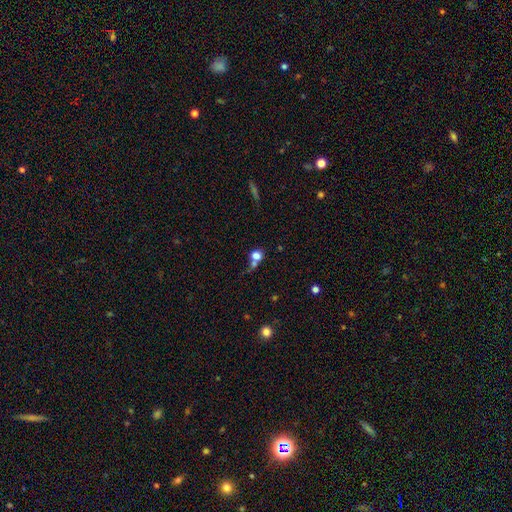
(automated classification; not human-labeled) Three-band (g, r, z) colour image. It shows a smooth galaxy with no disk features (74%) that is round (72%). Merging: none (42%).